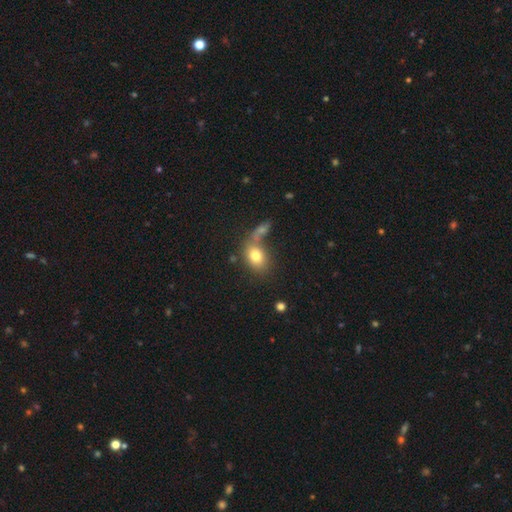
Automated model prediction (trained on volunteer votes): This appears to be a smooth galaxy with no disk features (79%) that is in between round and cigar-shaped (70%). Merging: none (45%).